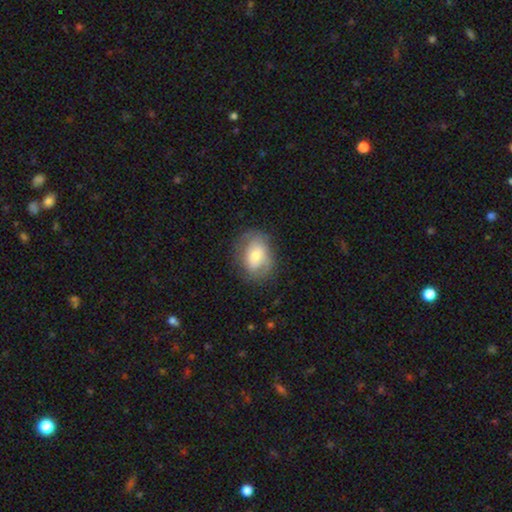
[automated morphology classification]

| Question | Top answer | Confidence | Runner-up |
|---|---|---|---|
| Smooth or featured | smooth | 54% | featured or disk (38%) |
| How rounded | in between | 66% | round (33%) |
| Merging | none | 69% | minor disturbance (21%) |